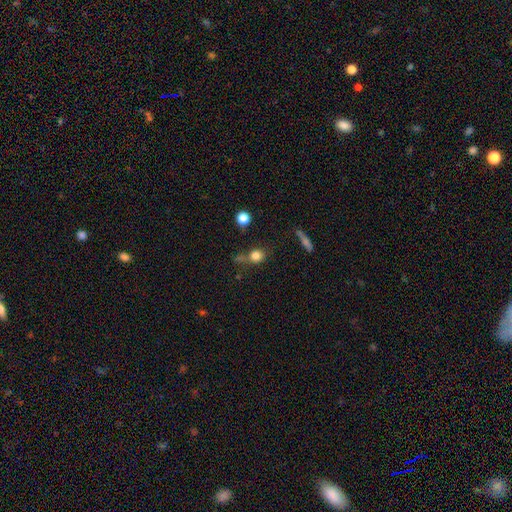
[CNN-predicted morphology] Q: Smooth or featured?
A: smooth (79%); runner-up: star or artifact (13%)
Q: How rounded?
A: round (76%); runner-up: in between (22%)
Q: Merging?
A: none (60%); runner-up: minor disturbance (17%)